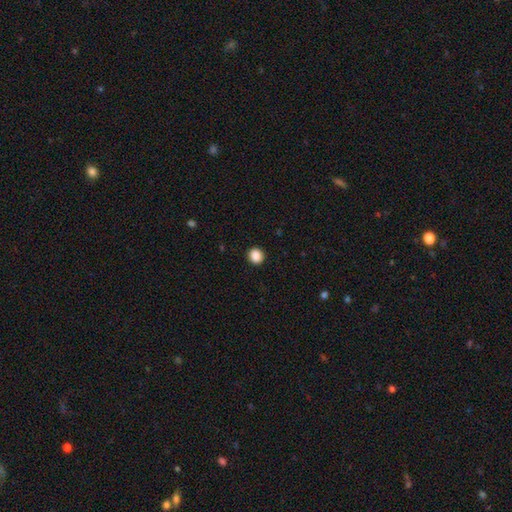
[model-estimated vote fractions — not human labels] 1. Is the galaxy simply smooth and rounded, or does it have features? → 89% smooth, 9% star or artifact, 2% featured or disk.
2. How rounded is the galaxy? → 85% round, 14% in between, 1% cigar-shaped.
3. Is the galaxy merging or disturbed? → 92% none, 5% minor disturbance, 2% major disturbance, 1% merger.